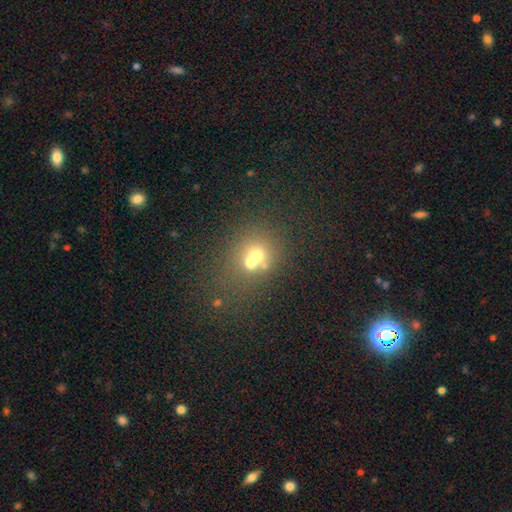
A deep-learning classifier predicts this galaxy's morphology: smooth_or_featured: smooth (p=0.58) [alt: featured or disk p=0.24]
how_rounded: round (p=0.72) [alt: in between p=0.27]
merging: merger (p=0.55) [alt: none p=0.34]